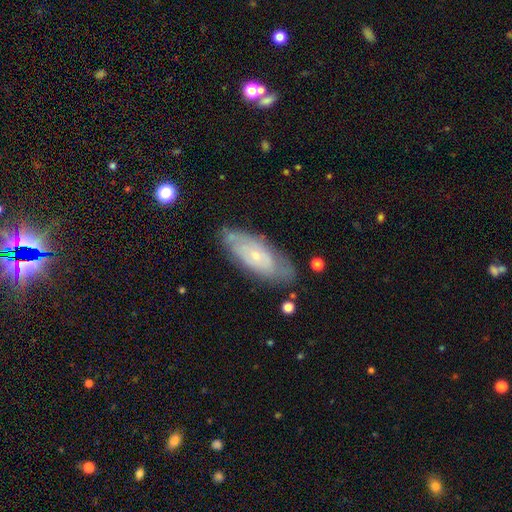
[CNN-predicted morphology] smooth-or-featured: featured or disk: 58% | smooth: 35% | star or artifact: 7%
  disk-edge-on: no: 85% | yes: 15%
  merging: none: 73% | minor disturbance: 19% | major disturbance: 5% | merger: 2%